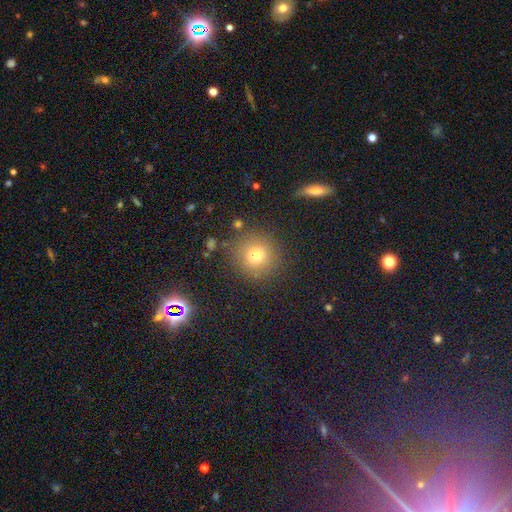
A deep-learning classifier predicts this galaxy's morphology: Overall: smooth (73%). How rounded: round (93%). Merging: none (85%).